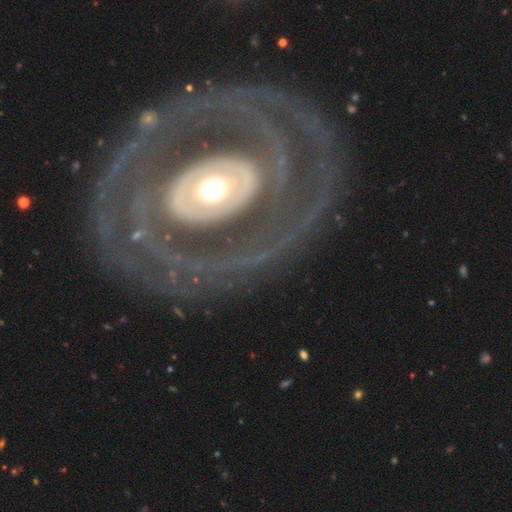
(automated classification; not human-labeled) Smooth or featured?
  - featured or disk: 85% *
  - smooth: 10%
  - star or artifact: 5%
Edge-on disk?
  - no: 96% *
  - yes: 4%
Bar?
  - no: 69% *
  - weak: 17%
  - strong: 14%
Spiral arms?
  - yes: 77% *
  - no: 23%
Spiral winding?
  - tight: 71% *
  - medium: 20%
  - loose: 9%
Spiral arm count?
  - 2: 34% *
  - can't tell: 28%
  - 3: 12%
  - 1: 9%
  - more than 4: 8%
  - 4: 8%
Bulge size?
  - moderate: 64% *
  - large: 19%
  - small: 13%
  - dominant: 3%
  - none: 1%
Merging?
  - none: 79% *
  - minor disturbance: 11%
  - major disturbance: 9%
  - merger: 2%